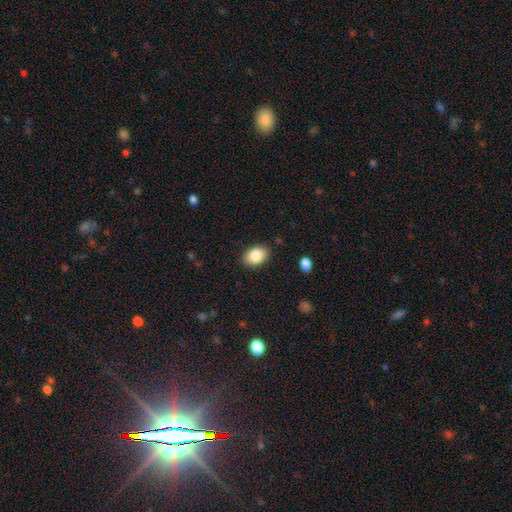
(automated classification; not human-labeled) Smooth or featured: smooth — 84% (featured or disk — 8%)
How rounded: in between — 84% (round — 15%)
Merging: none — 87% (minor disturbance — 9%)